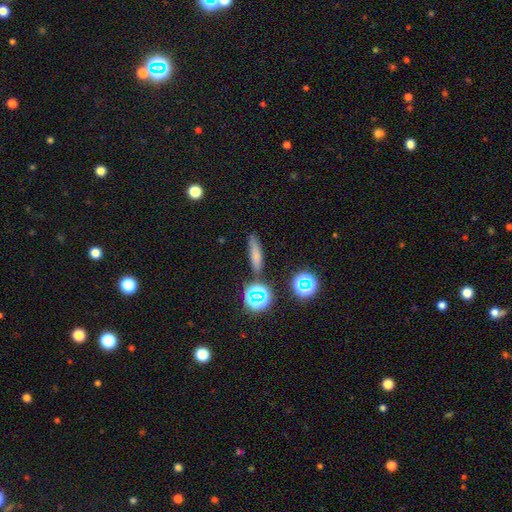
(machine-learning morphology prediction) Smooth or featured? smooth (68%)
How rounded? cigar-shaped (69%)
Merging? none (78%)